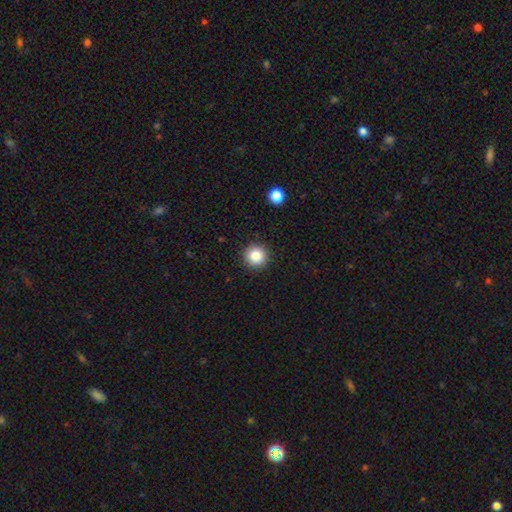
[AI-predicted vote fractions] A smooth galaxy with no disk features (85%) that is round (95%).

Vote fractions:
- Smooth or featured? smooth: 85% / star or artifact: 10% / featured or disk: 5%
- How rounded? round: 95% / in between: 4% / cigar-shaped: 1%
- Merging? none: 92% / minor disturbance: 5% / major disturbance: 2% / merger: 1%